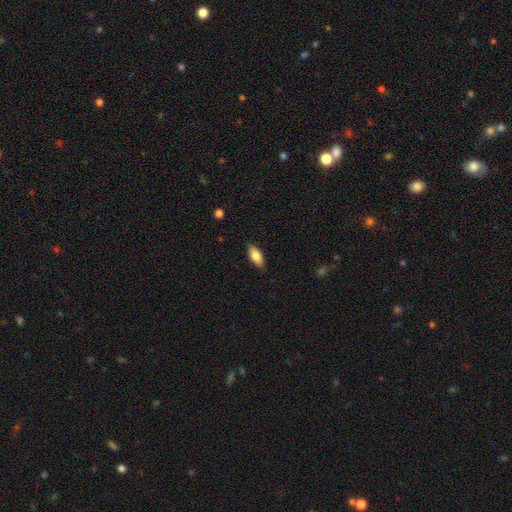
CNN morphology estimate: The model was most divided on "how rounded": in between: 80%, cigar-shaped: 18%, round: 2%. More confident: merging — none (86%); smooth or featured — smooth (79%).